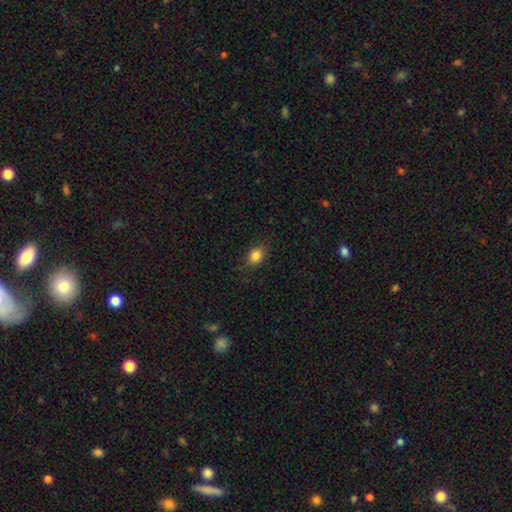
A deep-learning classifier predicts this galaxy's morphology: Overall: smooth (84%). How rounded: in between (53%; round 46%). Merging: none (82%).